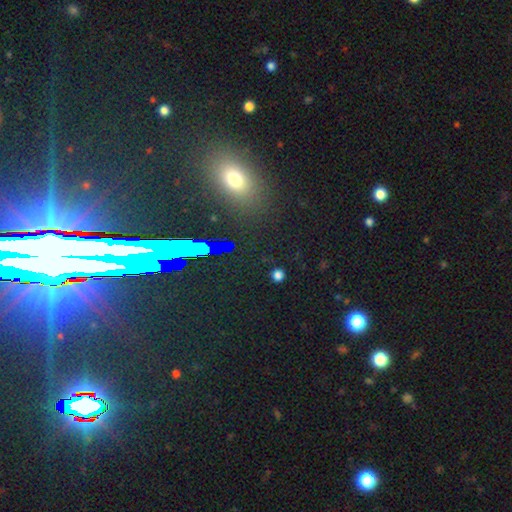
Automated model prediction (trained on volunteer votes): star or artifact 45%, smooth 39%, featured or disk 15%.